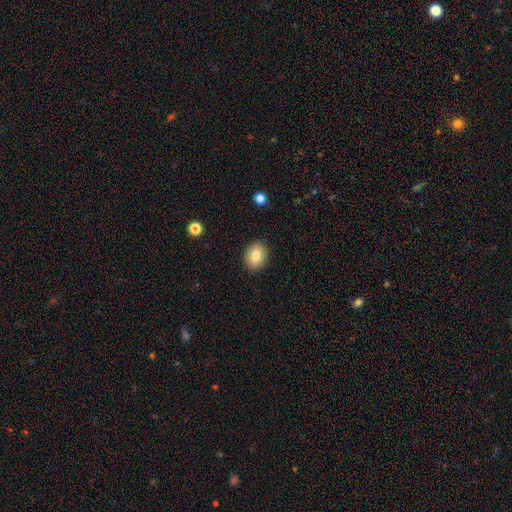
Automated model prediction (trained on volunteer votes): smooth_or_featured: smooth (p=0.81) [alt: featured or disk p=0.10]
how_rounded: in between (p=0.54) [alt: round p=0.45]
merging: none (p=0.90) [alt: minor disturbance p=0.07]